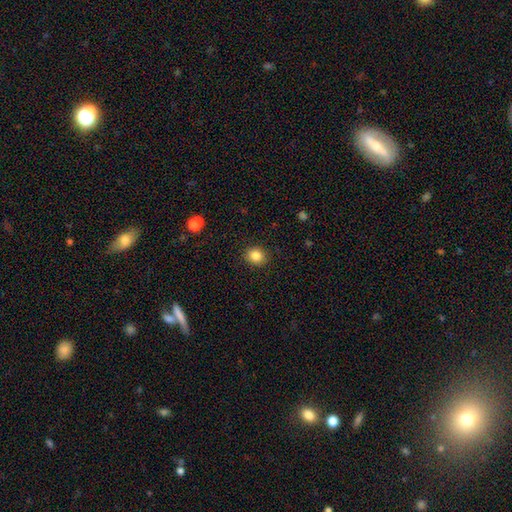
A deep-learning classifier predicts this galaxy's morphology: Smooth or featured? smooth (85%)
How rounded? round (72%)
Merging? none (89%)